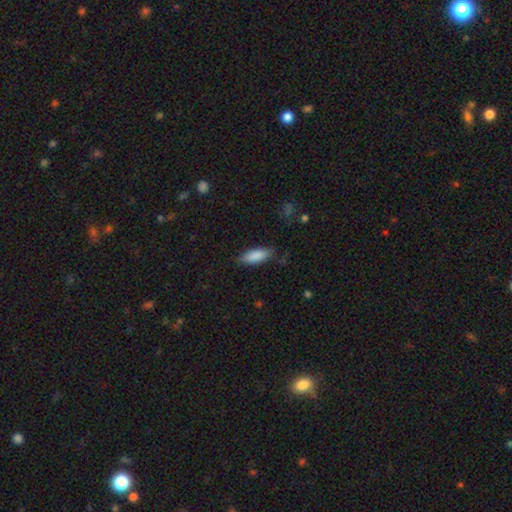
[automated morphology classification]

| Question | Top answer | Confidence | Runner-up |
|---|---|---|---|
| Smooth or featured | smooth | 87% | featured or disk (7%) |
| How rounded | in between | 69% | cigar-shaped (29%) |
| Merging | none | 81% | minor disturbance (15%) |